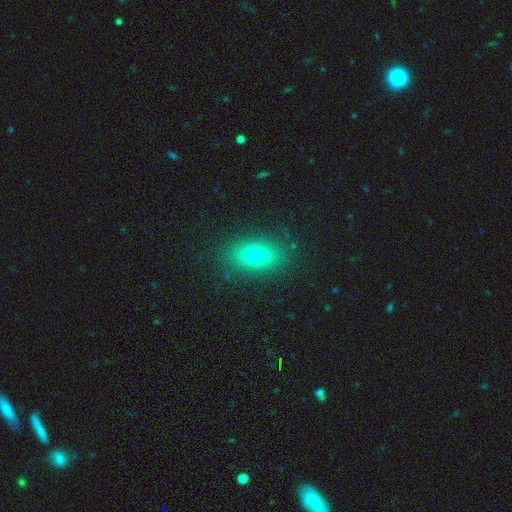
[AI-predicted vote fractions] Overall: smooth (73%). How rounded: in between (80%). Merging: none (86%).